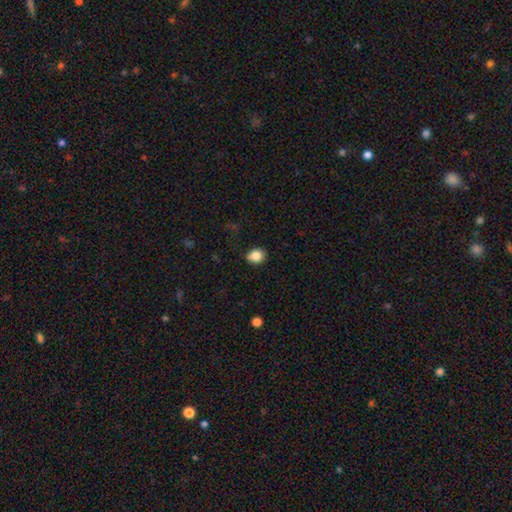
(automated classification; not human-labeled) smooth_or_featured: smooth (p=0.85) [alt: star or artifact p=0.10]
how_rounded: round (p=0.59) [alt: in between p=0.40]
merging: none (p=0.81) [alt: minor disturbance p=0.15]